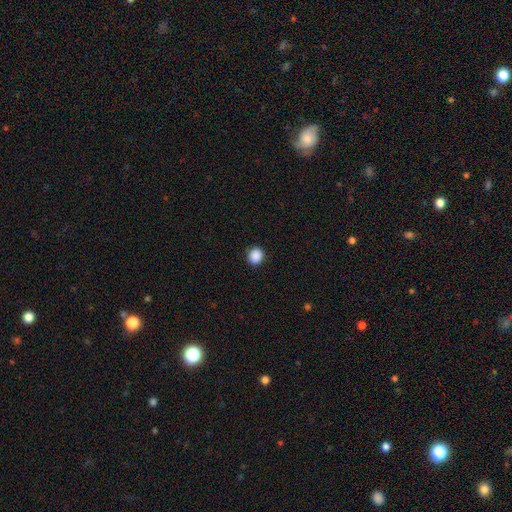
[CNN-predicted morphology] Overall: smooth (89%). How rounded: round (80%). Merging: none (91%).